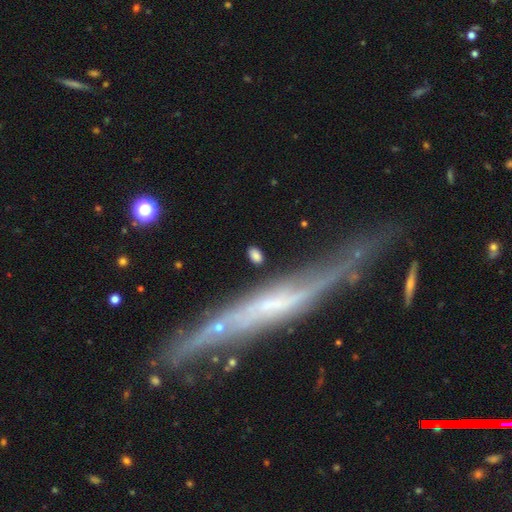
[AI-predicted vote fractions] Smooth or featured? smooth (78%)
How rounded? in between (82%)
Merging? none (80%)